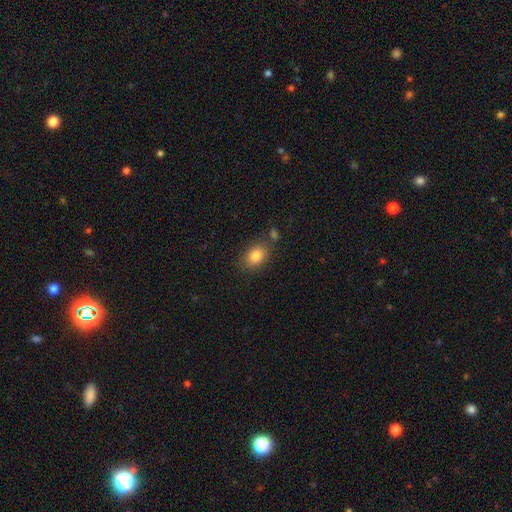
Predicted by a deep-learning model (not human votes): Smooth or featured? Predicted: smooth (p=0.84). How rounded? Predicted: in between (p=0.73). Merging? Predicted: none (p=0.76).